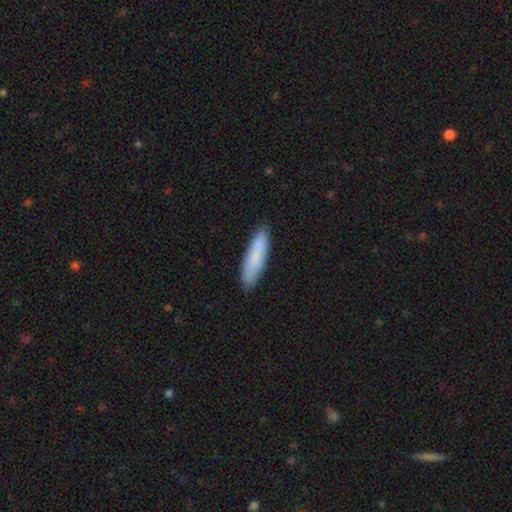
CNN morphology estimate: smooth-or-featured: smooth: 81% | featured or disk: 13% | star or artifact: 6%
  how-rounded: cigar-shaped: 70% | in between: 29% | round: 1%
  merging: none: 85% | minor disturbance: 12% | major disturbance: 2% | merger: 1%